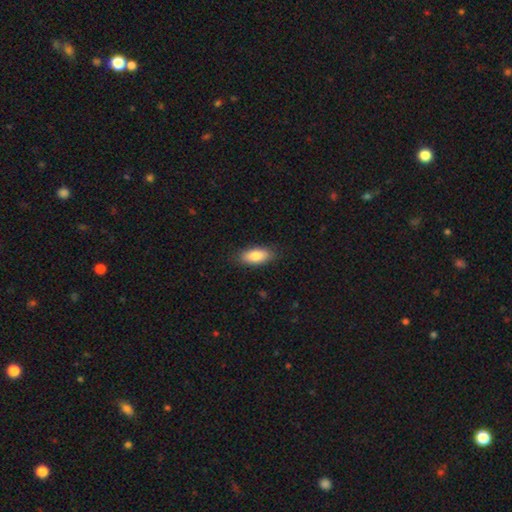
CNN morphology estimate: Overall: smooth (83%). How rounded: in between (86%). Merging: none (85%).